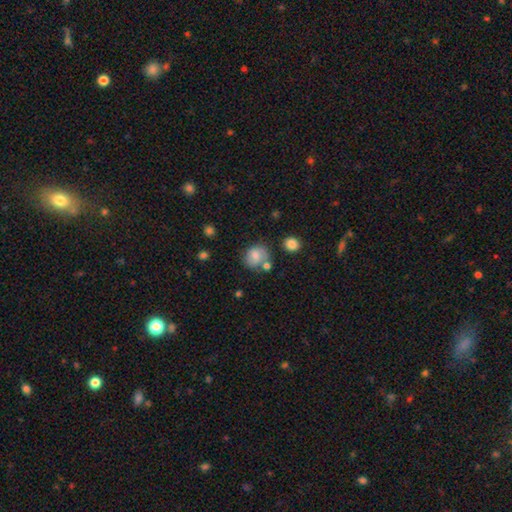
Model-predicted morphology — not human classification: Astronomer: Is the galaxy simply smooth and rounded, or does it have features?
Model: smooth — 72%.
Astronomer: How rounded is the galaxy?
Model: round — 70%.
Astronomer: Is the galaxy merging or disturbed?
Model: none — 60%.